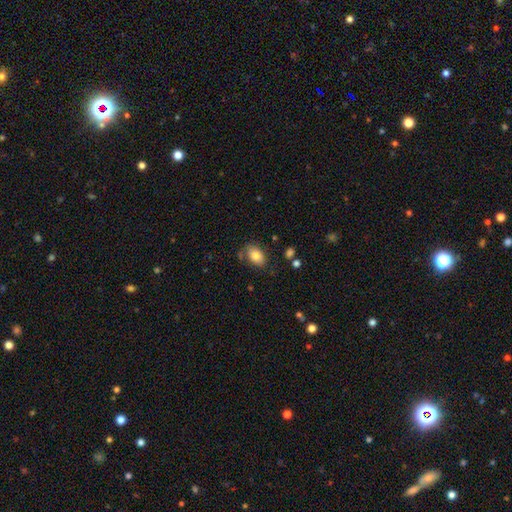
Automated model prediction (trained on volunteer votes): Smooth or featured: smooth — 83% (featured or disk — 10%)
How rounded: in between — 89% (round — 10%)
Merging: none — 72% (minor disturbance — 17%)